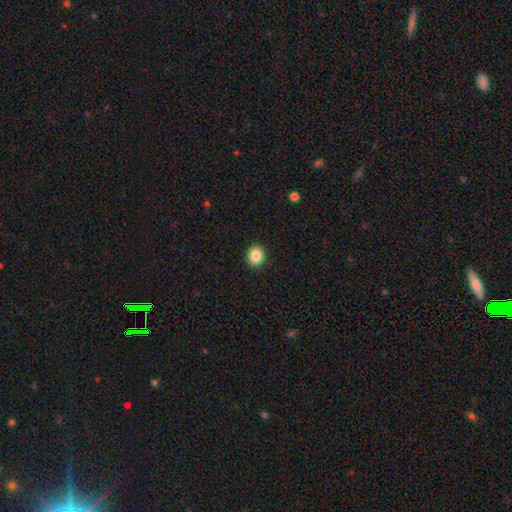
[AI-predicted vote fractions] smooth 85%, star or artifact 10%, featured or disk 5%. Down the decision tree: how rounded — round (78%); merging — none (92%).